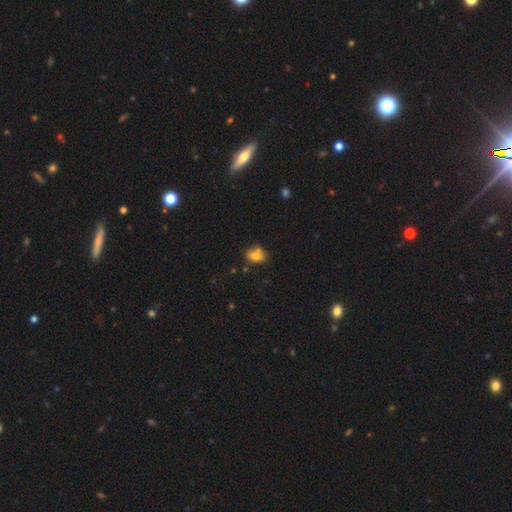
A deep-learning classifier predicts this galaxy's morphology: Overall: smooth (76%). How rounded: in between (59%; round 40%). Merging: none (58%; minor disturbance 20%).